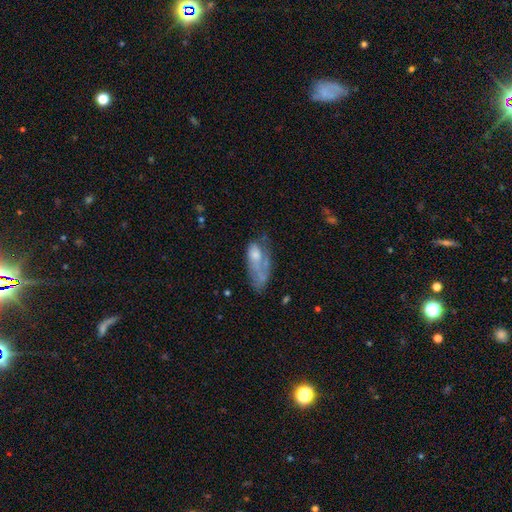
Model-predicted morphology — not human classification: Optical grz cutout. It shows a smooth galaxy with no disk features (46%). Merging: major disturbance (36%).